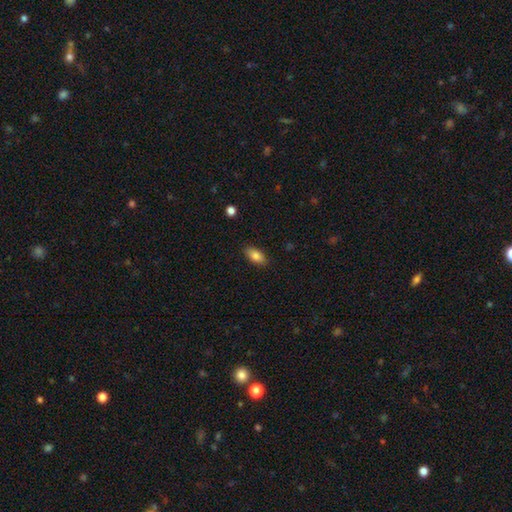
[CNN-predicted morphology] Smooth or featured?
  - smooth: 83% *
  - featured or disk: 10%
  - star or artifact: 7%
How rounded?
  - in between: 87% *
  - cigar-shaped: 10%
  - round: 3%
Merging?
  - none: 88% *
  - minor disturbance: 9%
  - major disturbance: 2%
  - merger: 1%